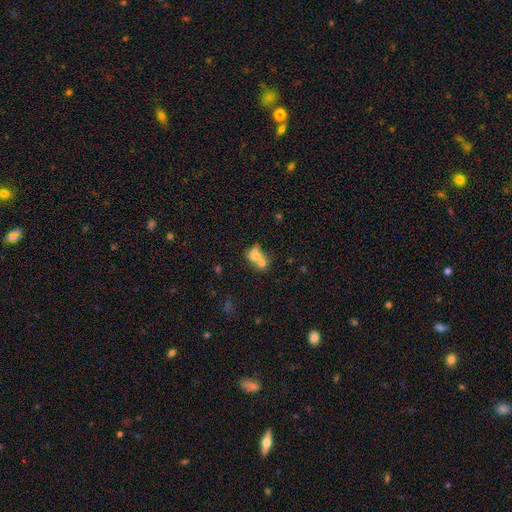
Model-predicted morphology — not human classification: Q: Smooth or featured?
A: smooth (65%); runner-up: featured or disk (23%)
Q: How rounded?
A: round (50%); runner-up: in between (48%)
Q: Merging?
A: merger (68%); runner-up: none (21%)